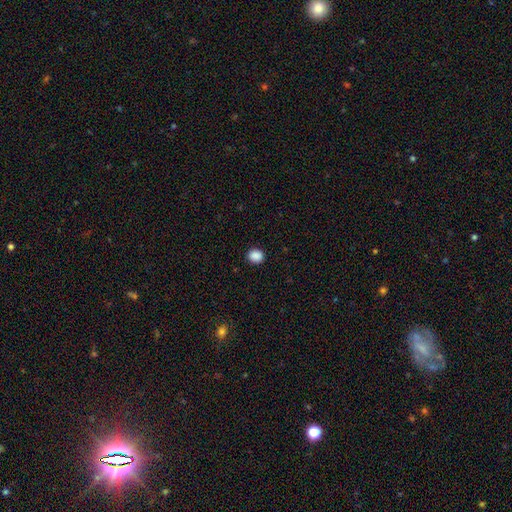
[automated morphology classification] smooth_or_featured: smooth (p=0.89) [alt: star or artifact p=0.09]
how_rounded: round (p=0.73) [alt: in between p=0.26]
merging: none (p=0.91) [alt: minor disturbance p=0.06]